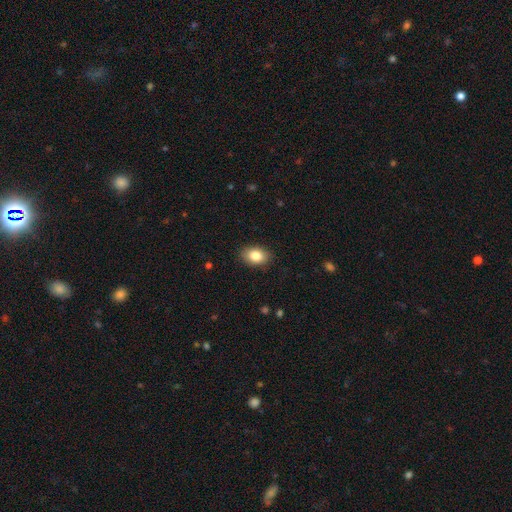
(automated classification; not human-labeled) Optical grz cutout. It shows a smooth galaxy with no disk features (85%) that is in between round and cigar-shaped (83%). Merging: none (88%).